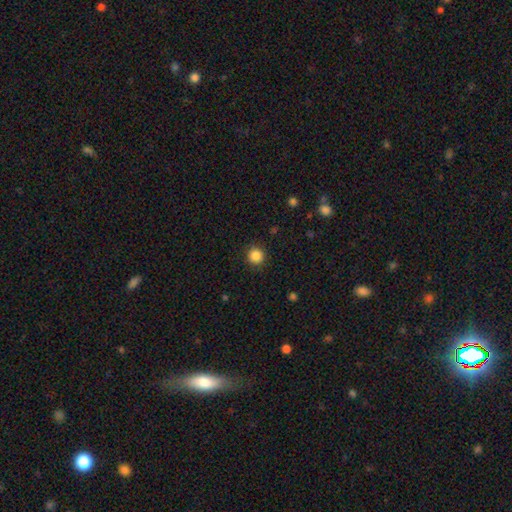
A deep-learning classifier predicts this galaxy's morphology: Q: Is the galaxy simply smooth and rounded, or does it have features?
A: smooth — 86%.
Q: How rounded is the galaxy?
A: round — 94%.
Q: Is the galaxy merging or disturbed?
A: none — 91%.